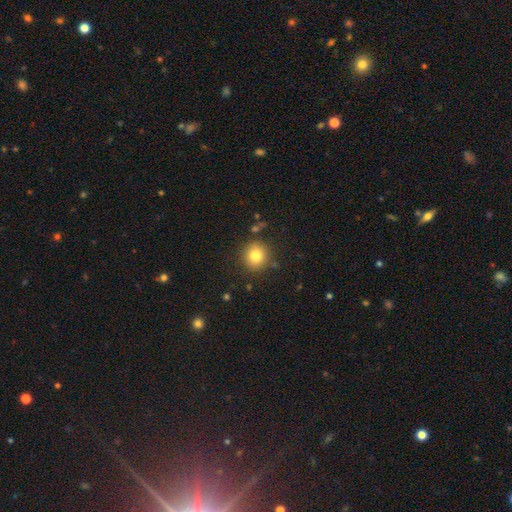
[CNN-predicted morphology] smooth 81%, star or artifact 11%, featured or disk 8%. Down the decision tree: how rounded — round (90%); merging — none (85%).